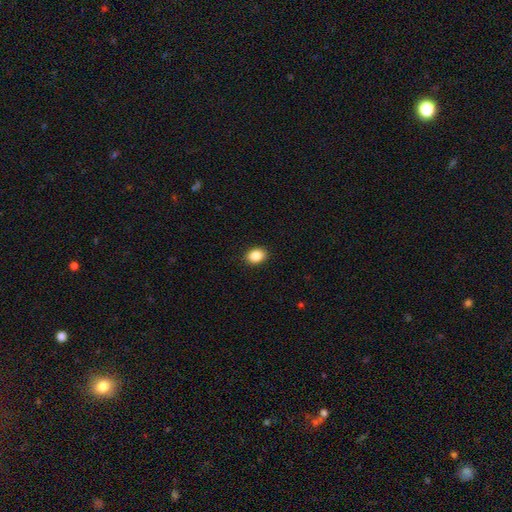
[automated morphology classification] Overall: smooth (87%). How rounded: in between (69%; round 30%). Merging: none (90%).